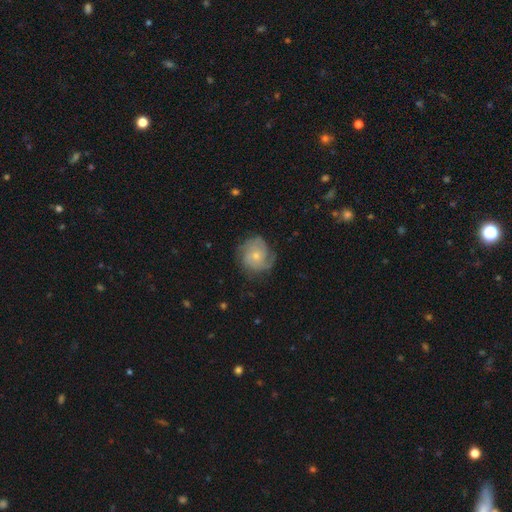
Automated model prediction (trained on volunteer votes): smooth-or-featured: featured or disk: 68% | smooth: 25% | star or artifact: 7%
  disk-edge-on: no: 98% | yes: 2%
    bar: no: 79% | weak: 19% | strong: 3%
    has-spiral-arms: yes: 91% | no: 9%
      spiral-winding: tight: 52% | medium: 35% | loose: 13%
      spiral-arm-count: can't tell: 29% | 3: 26% | 2: 25% | 4: 8% | 1: 7% | more than 4: 5%
    bulge-size: small: 60% | moderate: 35% | none: 2% | large: 2% | dominant: 1%
  merging: none: 69% | minor disturbance: 21% | major disturbance: 9% | merger: 1%